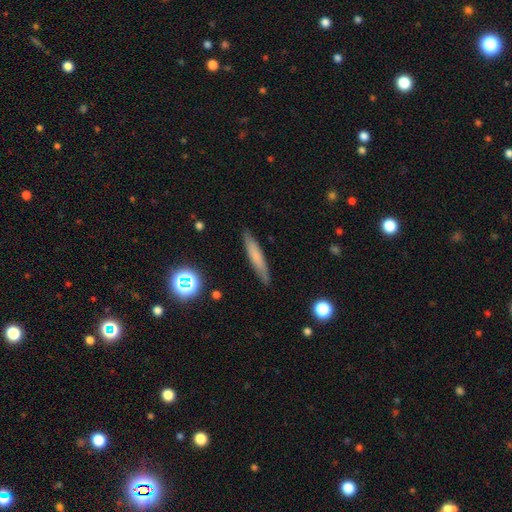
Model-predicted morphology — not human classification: A smooth galaxy with no disk features (66%) that is cigar-shaped (91%). Merging: none (88%).